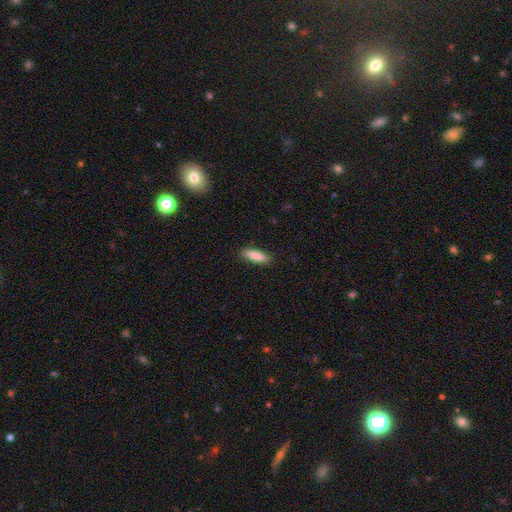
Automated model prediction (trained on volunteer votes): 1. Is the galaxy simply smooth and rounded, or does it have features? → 87% smooth, 7% featured or disk, 6% star or artifact.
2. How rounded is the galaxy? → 61% cigar-shaped, 37% in between, 2% round.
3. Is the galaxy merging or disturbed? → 88% none, 9% minor disturbance, 2% major disturbance, 1% merger.